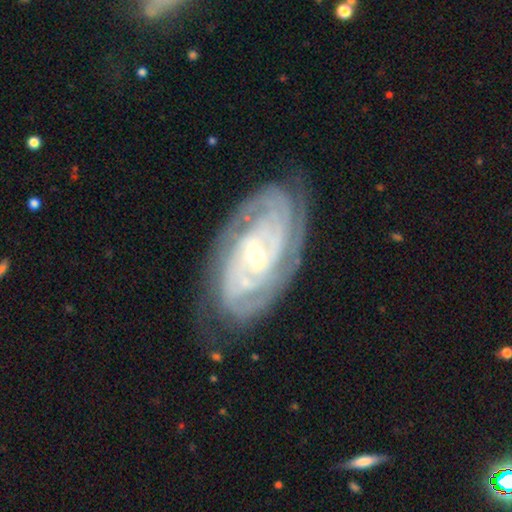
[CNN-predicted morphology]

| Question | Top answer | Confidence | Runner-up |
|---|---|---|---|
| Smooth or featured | featured or disk | 89% | smooth (6%) |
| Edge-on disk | no | 95% | yes (5%) |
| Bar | no | 44% | weak (37%) |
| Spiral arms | yes | 97% | no (3%) |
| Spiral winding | tight | 79% | medium (18%) |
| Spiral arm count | can't tell | 29% | 3 (22%) |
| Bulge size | moderate | 52% | small (43%) |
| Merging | none | 77% | minor disturbance (17%) |